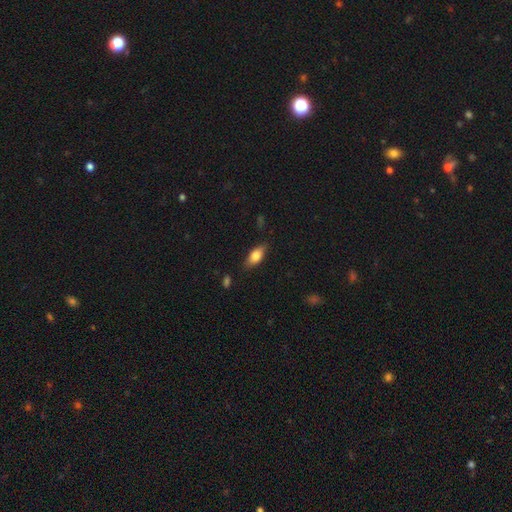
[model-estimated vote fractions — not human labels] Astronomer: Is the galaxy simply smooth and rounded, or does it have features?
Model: smooth — 77%.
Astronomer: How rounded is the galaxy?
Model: in between — 84%.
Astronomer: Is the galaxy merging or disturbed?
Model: none — 81%.